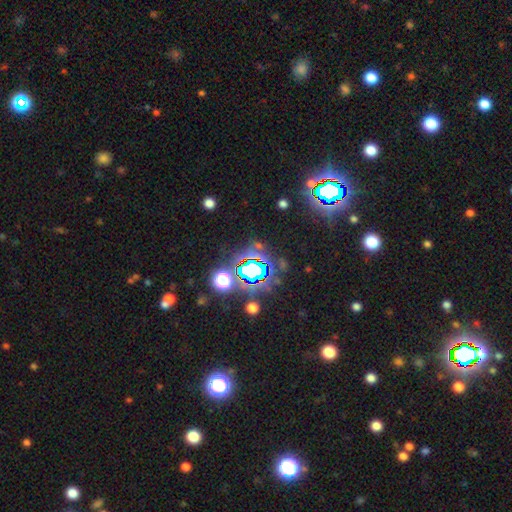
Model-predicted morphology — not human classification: star or artifact 74%, smooth 16%, featured or disk 10%.